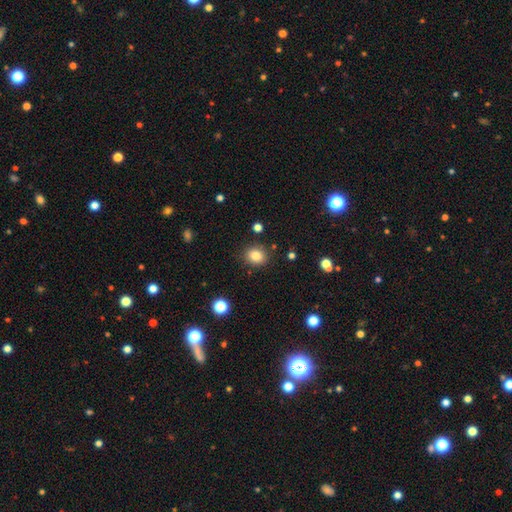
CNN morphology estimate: A smooth galaxy with no disk features (83%) that is round (65%).

Vote fractions:
- Smooth or featured? smooth: 83% / star or artifact: 11% / featured or disk: 6%
- How rounded? round: 65% / in between: 34% / cigar-shaped: 1%
- Merging? none: 86% / minor disturbance: 9% / major disturbance: 3% / merger: 2%